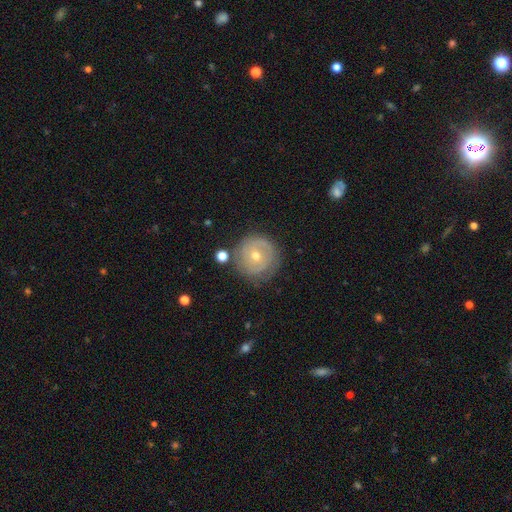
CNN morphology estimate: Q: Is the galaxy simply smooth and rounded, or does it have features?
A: featured or disk — 65%.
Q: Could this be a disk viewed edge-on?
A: no — 97%.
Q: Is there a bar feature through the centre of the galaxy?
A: no — 76%.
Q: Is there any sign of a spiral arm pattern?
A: yes — 72%.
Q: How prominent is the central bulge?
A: small — 50%.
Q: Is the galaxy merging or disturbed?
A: none — 77%.